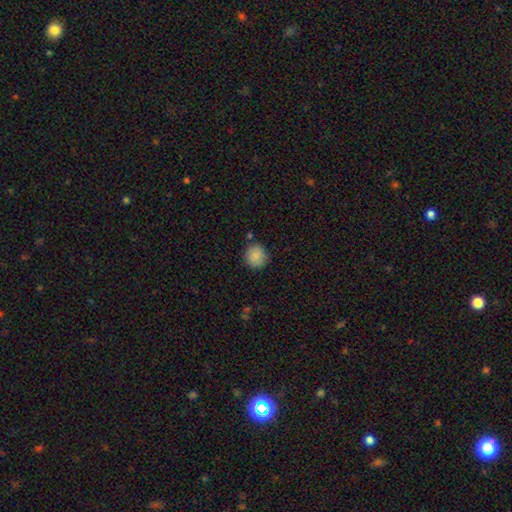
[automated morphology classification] type=smooth (88%); roundness=round (89%); merging=none (84%).